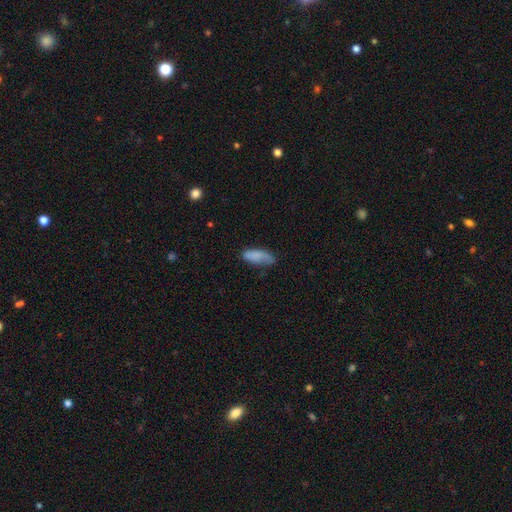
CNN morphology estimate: smooth_or_featured: smooth (p=0.77) [alt: featured or disk p=0.16]
how_rounded: in between (p=0.75) [alt: cigar-shaped p=0.23]
merging: none (p=0.51) [alt: minor disturbance p=0.33]